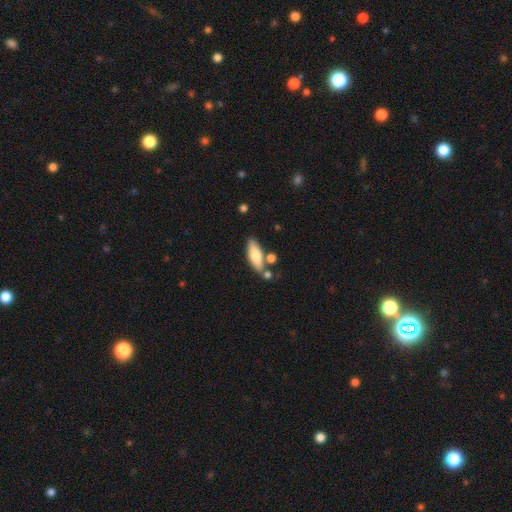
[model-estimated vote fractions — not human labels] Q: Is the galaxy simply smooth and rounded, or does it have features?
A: smooth — 72%.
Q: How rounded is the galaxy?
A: in between — 65%.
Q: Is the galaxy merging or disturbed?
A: none — 68%.